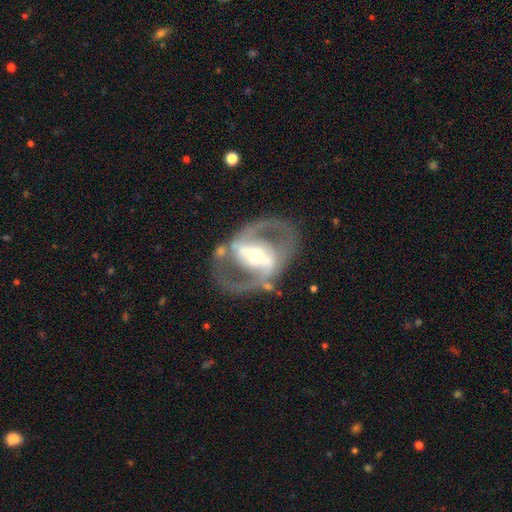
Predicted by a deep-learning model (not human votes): Smooth or featured? featured or disk (87%)
Edge-on disk? no (95%)
Bar? strong (63%)
Spiral arms? yes (78%)
Spiral winding? medium (54%)
Spiral arm count? 2 (88%)
Bulge size? moderate (68%)
Merging? none (73%)